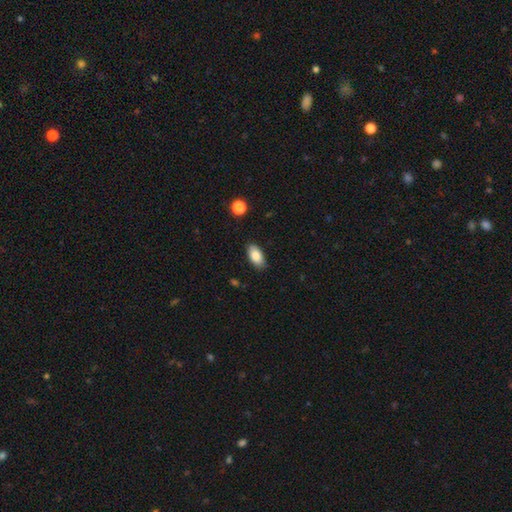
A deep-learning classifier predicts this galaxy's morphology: type=smooth (86%); roundness=in between (92%); merging=none (85%).